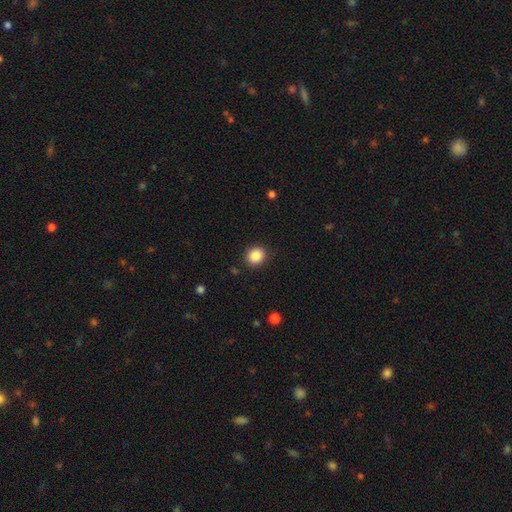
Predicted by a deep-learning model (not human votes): This is clearly a smooth galaxy (87%). How rounded: likely round (79%). Merging: clearly none (89%).